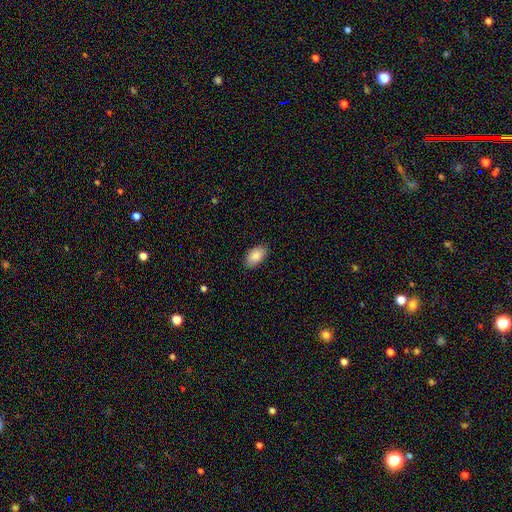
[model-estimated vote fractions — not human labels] Smooth or featured? Predicted: smooth (p=0.87). How rounded? Predicted: in between (p=0.94). Merging? Predicted: none (p=0.86).